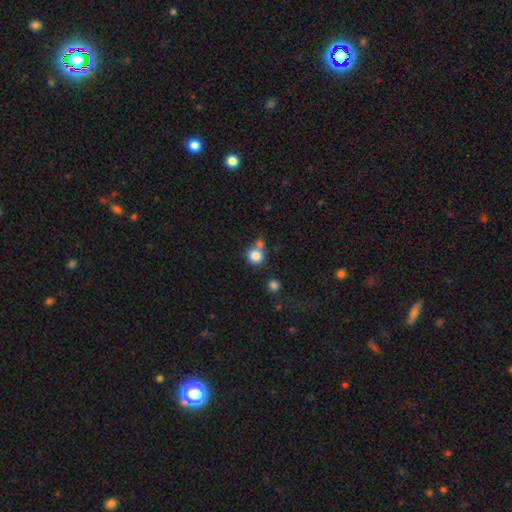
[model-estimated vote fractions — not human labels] Q: Smooth or featured?
A: smooth (83%); runner-up: star or artifact (10%)
Q: How rounded?
A: round (88%); runner-up: in between (11%)
Q: Merging?
A: none (53%); runner-up: merger (30%)